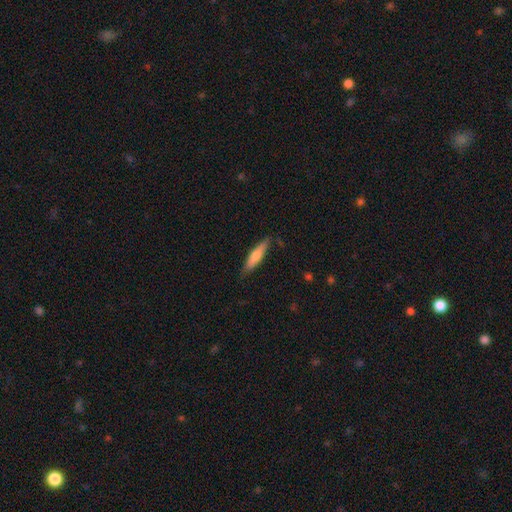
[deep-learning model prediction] The model was most divided on "smooth or featured": smooth: 62%, featured or disk: 32%, star or artifact: 6%. More confident: merging — none (82%); how rounded — cigar-shaped (79%).